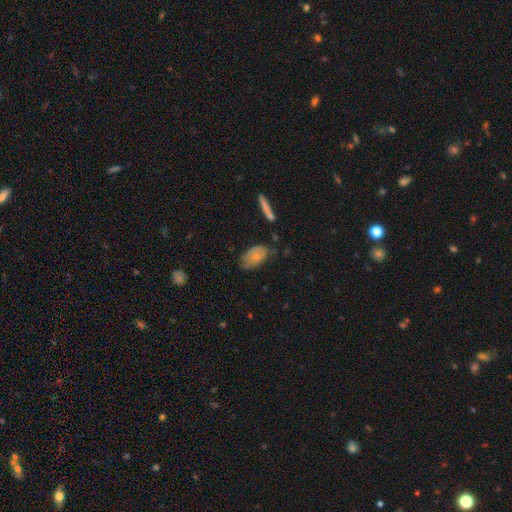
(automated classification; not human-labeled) Smooth or featured? smooth (64%)
How rounded? in between (90%)
Merging? none (50%)